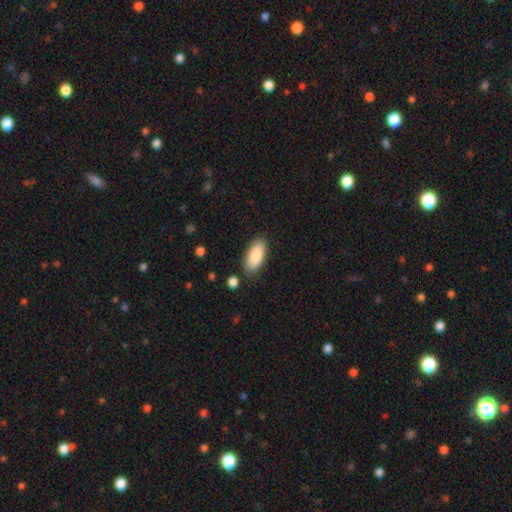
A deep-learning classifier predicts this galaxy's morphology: A smooth galaxy with no disk features (87%) that is in between round and cigar-shaped (86%). Merging: none (85%).